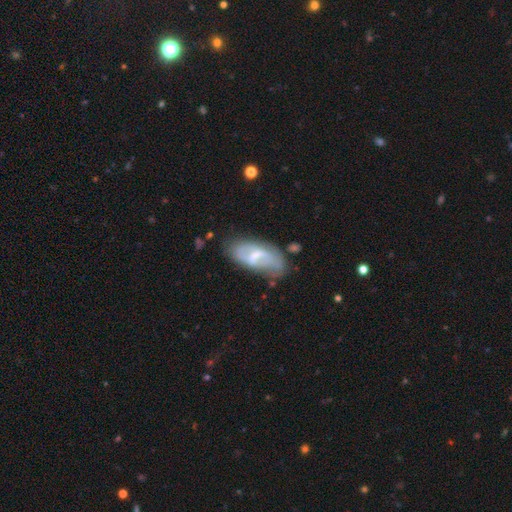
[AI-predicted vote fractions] Smooth or featured: featured or disk — 62% (smooth — 31%)
Edge-on disk: no — 91% (yes — 9%)
Bar: weak — 49% (strong — 34%)
Spiral arms: yes — 61% (no — 39%)
Bulge size: small — 48% (moderate — 37%)
Merging: none — 60% (minor disturbance — 26%)